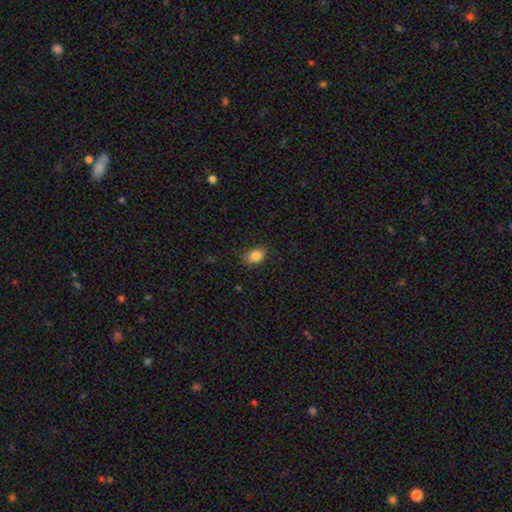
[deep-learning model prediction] smooth-or-featured: smooth: 85% | star or artifact: 9% | featured or disk: 6%
  how-rounded: in between: 80% | round: 19% | cigar-shaped: 1%
  merging: none: 81% | minor disturbance: 14% | major disturbance: 3% | merger: 1%